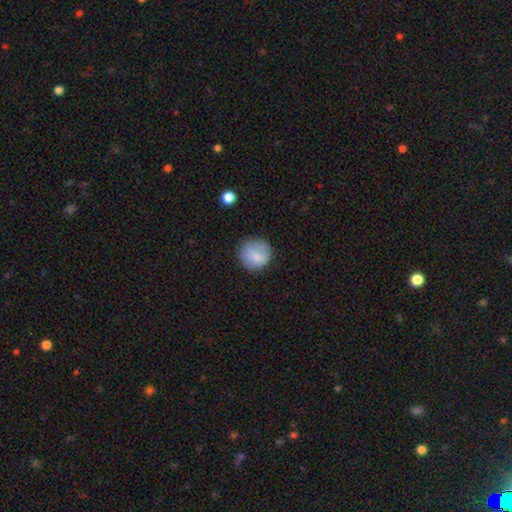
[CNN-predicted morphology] A smooth galaxy with no disk features (79%) that is round (90%).

Vote fractions:
- Smooth or featured? smooth: 79% / featured or disk: 13% / star or artifact: 7%
- How rounded? round: 90% / in between: 9% / cigar-shaped: 1%
- Merging? none: 75% / minor disturbance: 17% / major disturbance: 6% / merger: 2%